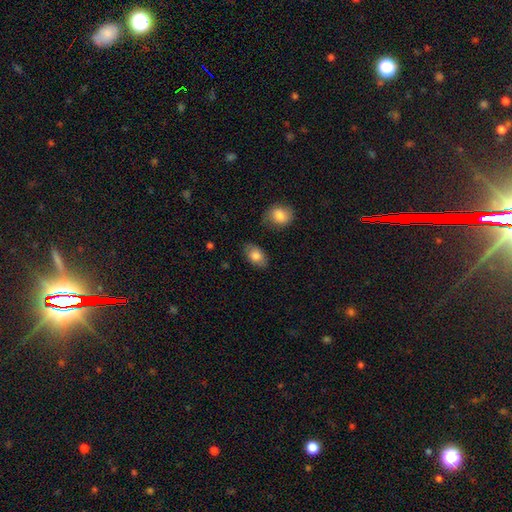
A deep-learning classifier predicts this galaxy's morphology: Smooth or featured: smooth — 80% (featured or disk — 13%)
How rounded: in between — 89% (round — 9%)
Merging: none — 79% (minor disturbance — 15%)